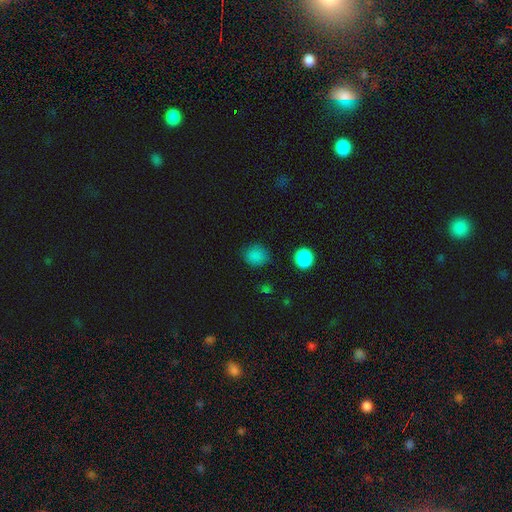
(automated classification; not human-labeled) A smooth galaxy with no disk features (83%) that is round (80%). Merging: none (81%).